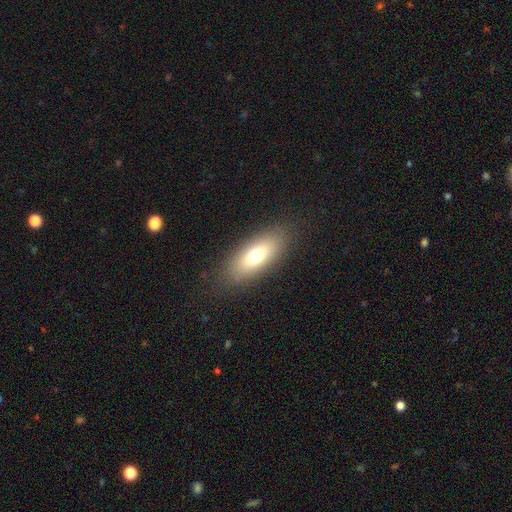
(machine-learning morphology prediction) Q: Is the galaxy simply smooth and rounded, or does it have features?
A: smooth — 71%.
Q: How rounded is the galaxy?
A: in between — 73%.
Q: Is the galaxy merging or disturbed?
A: none — 85%.